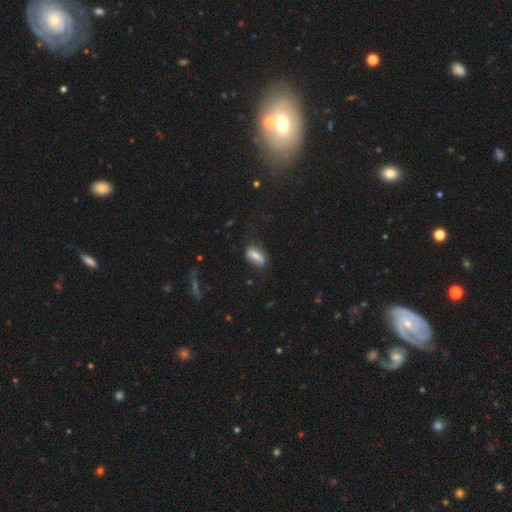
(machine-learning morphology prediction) smooth 59%, featured or disk 31%, star or artifact 10%. Down the decision tree: how rounded — in between (82%); merging — none (62%).